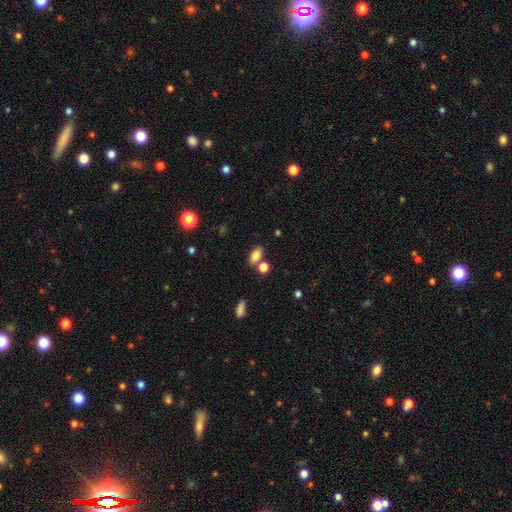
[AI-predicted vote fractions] A smooth galaxy with no disk features (81%) that is in between round and cigar-shaped (86%). Merging: none (65%).